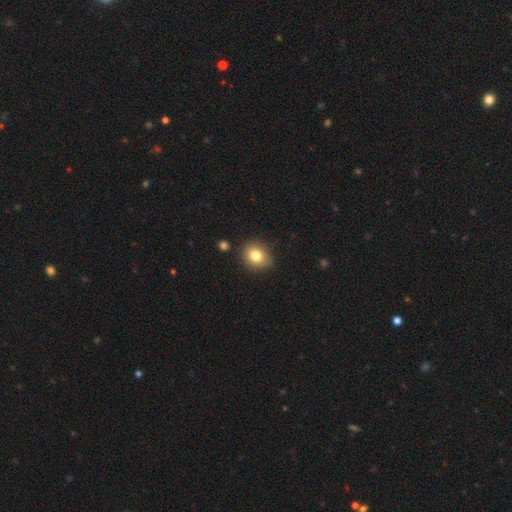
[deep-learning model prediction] Q: Smooth or featured?
A: smooth (81%); runner-up: star or artifact (10%)
Q: How rounded?
A: round (67%); runner-up: in between (32%)
Q: Merging?
A: none (80%); runner-up: minor disturbance (14%)